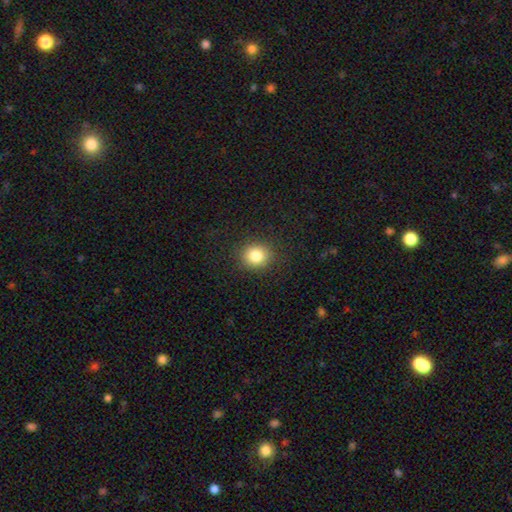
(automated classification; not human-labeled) Smooth or featured? smooth (83%)
How rounded? round (84%)
Merging? none (89%)